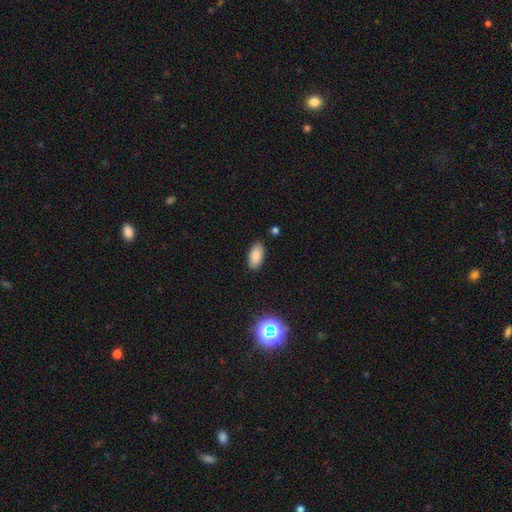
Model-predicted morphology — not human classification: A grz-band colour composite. It shows a smooth galaxy with no disk features (84%) that is in between round and cigar-shaped (93%). Merging: none (86%).